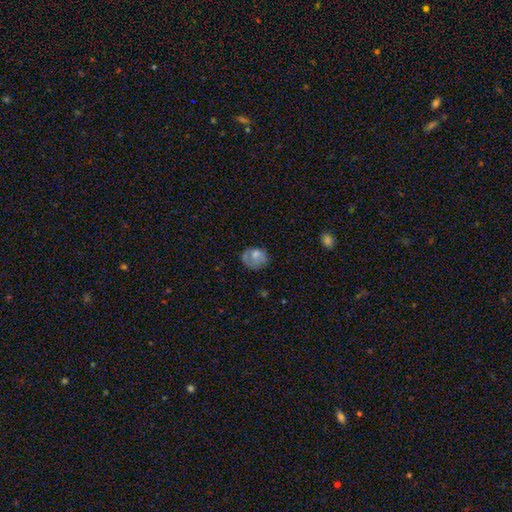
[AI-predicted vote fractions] Morphology: type=smooth (67%); roundness=round (55%); merging=none (50%).